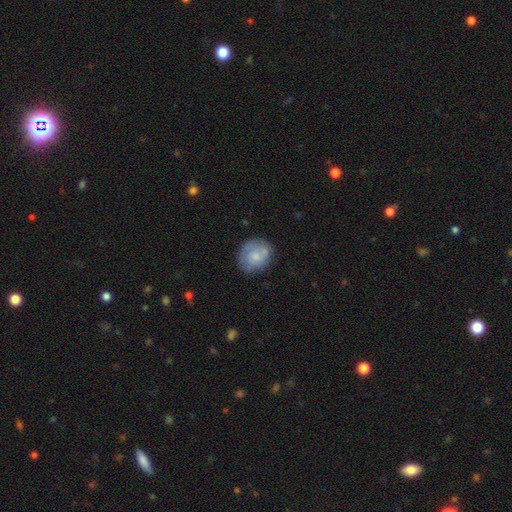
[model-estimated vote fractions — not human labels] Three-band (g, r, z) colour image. It shows a smooth galaxy with no disk features (67%) that is round (71%). Merging: none (65%).